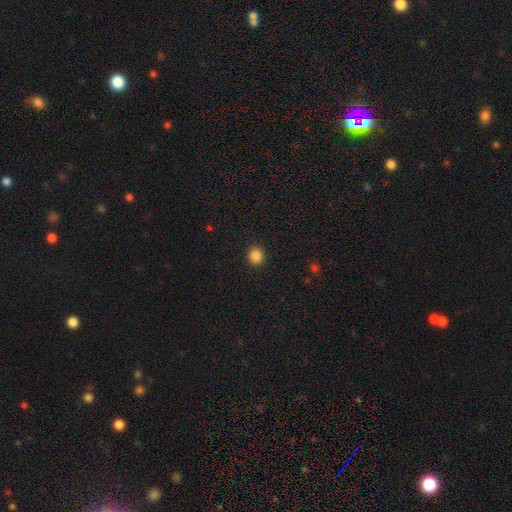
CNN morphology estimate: A smooth galaxy with no disk features (86%) that is round (84%).

Vote fractions:
- Smooth or featured? smooth: 86% / star or artifact: 10% / featured or disk: 4%
- How rounded? round: 84% / in between: 15% / cigar-shaped: 1%
- Merging? none: 92% / minor disturbance: 5% / major disturbance: 2% / merger: 1%